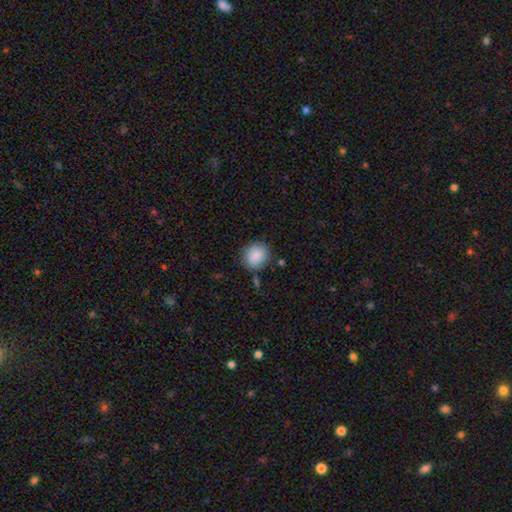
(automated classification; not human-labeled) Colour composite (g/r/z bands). It shows a smooth galaxy with no disk features (88%) that is round (83%). Merging: none (80%).